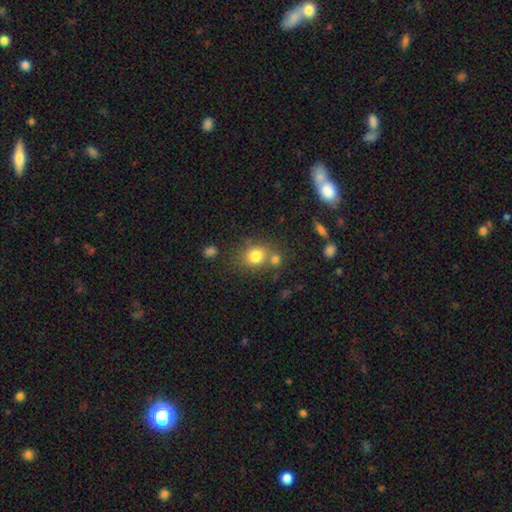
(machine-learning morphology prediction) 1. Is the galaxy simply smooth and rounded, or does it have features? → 78% smooth, 12% star or artifact, 10% featured or disk.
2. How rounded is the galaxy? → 67% round, 32% in between, 1% cigar-shaped.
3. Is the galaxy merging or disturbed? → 56% none, 27% merger, 12% minor disturbance, 5% major disturbance.